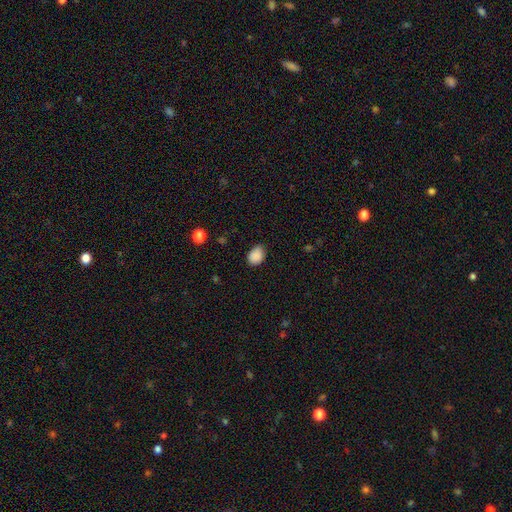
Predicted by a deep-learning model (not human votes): Smooth or featured? smooth (88%)
How rounded? in between (66%)
Merging? none (76%)